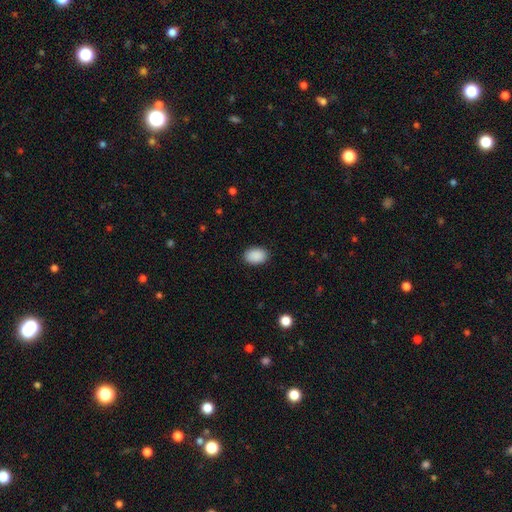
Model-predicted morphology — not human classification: A smooth galaxy with no disk features (90%) that is in between round and cigar-shaped (85%). Merging: none (89%).